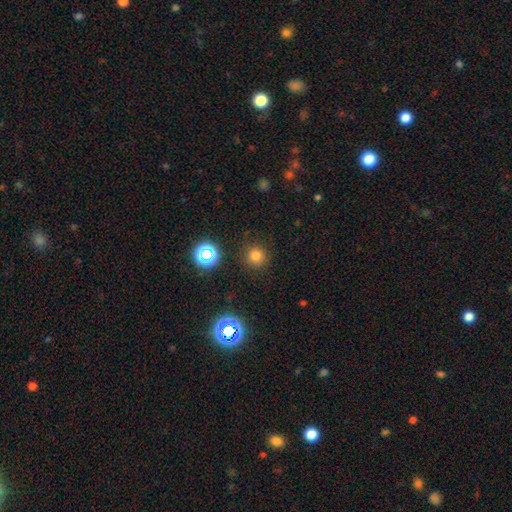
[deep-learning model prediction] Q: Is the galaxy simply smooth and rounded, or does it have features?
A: smooth — 74%.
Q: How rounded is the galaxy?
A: round — 94%.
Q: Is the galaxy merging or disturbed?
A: none — 88%.